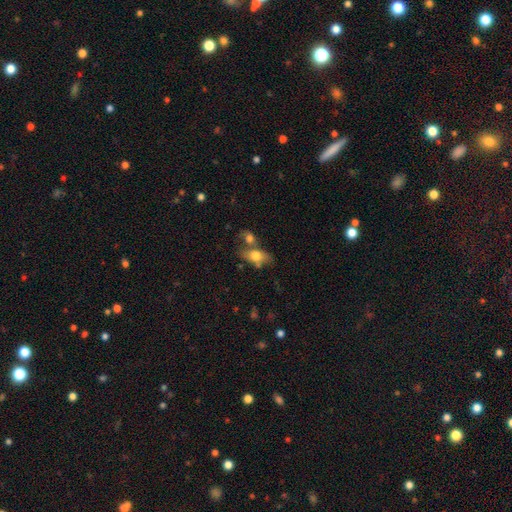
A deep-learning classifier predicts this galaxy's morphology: A smooth galaxy with no disk features (65%) that is in between round and cigar-shaped (78%).

Vote fractions:
- Smooth or featured? smooth: 65% / featured or disk: 26% / star or artifact: 9%
- How rounded? in between: 78% / round: 14% / cigar-shaped: 8%
- Merging? merger: 44% / none: 35% / minor disturbance: 13% / major disturbance: 8%